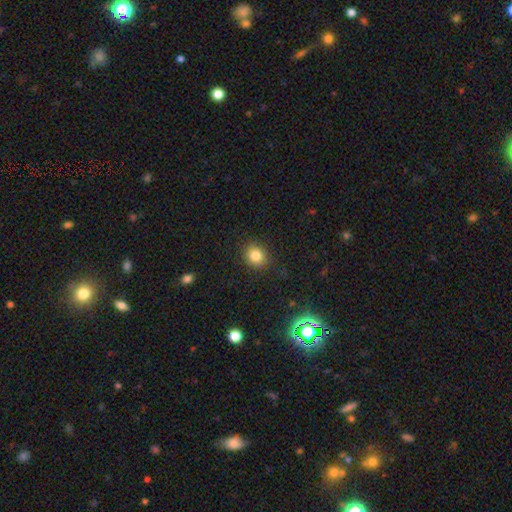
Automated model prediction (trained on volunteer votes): Q: Smooth or featured?
A: smooth (82%); runner-up: star or artifact (12%)
Q: How rounded?
A: round (77%); runner-up: in between (22%)
Q: Merging?
A: none (87%); runner-up: minor disturbance (9%)